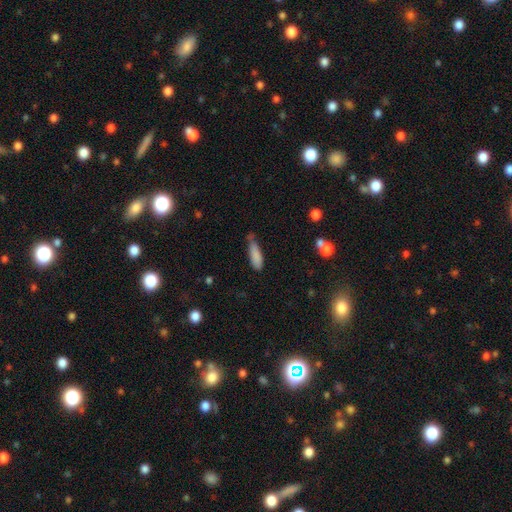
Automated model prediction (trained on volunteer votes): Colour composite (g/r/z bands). It shows a smooth galaxy with no disk features (84%) that is cigar-shaped (50%). Merging: none (44%).